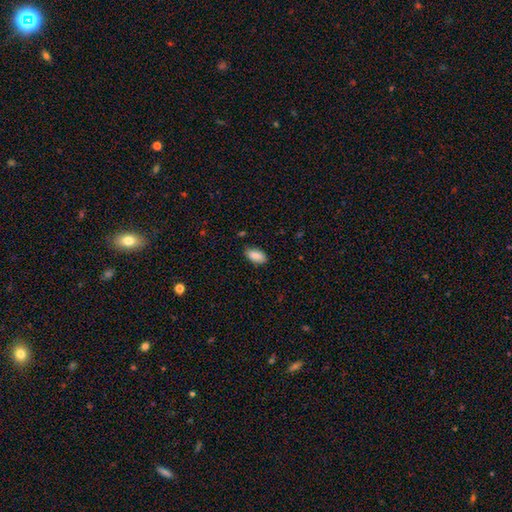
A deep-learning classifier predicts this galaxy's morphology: This appears to be a smooth galaxy with no disk features (88%) that is in between round and cigar-shaped (93%). Merging: none (85%).